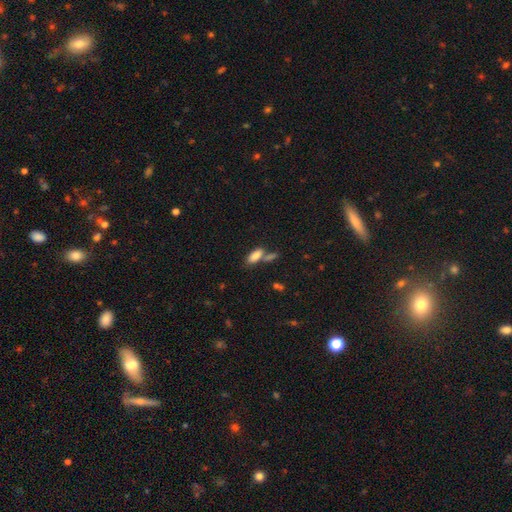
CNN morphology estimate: A smooth galaxy with no disk features (83%) that is in between round and cigar-shaped (81%). Merging: none (50%).